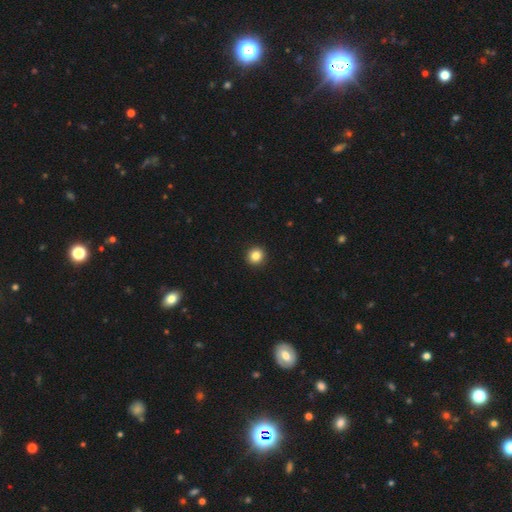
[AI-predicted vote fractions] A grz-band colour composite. It shows a smooth galaxy with no disk features (85%) that is round (92%). Merging: none (94%).